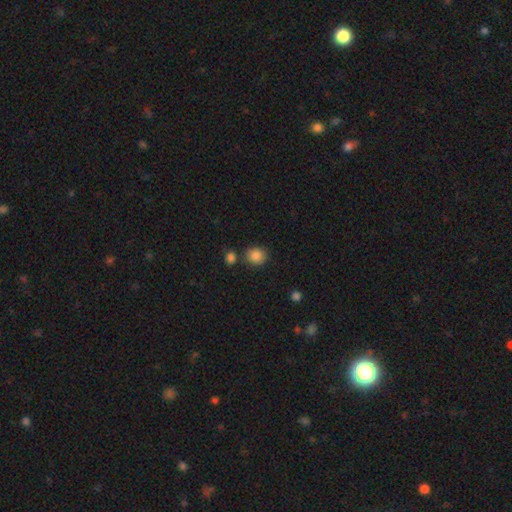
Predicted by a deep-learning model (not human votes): Morphology: type=smooth (86%); roundness=round (80%); merging=none (78%).